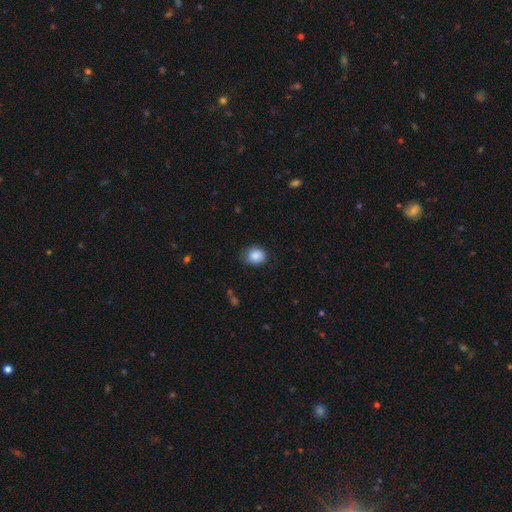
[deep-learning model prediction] smooth_or_featured: smooth (p=0.86) [alt: star or artifact p=0.08]
how_rounded: round (p=0.62) [alt: in between p=0.37]
merging: none (p=0.67) [alt: minor disturbance p=0.26]